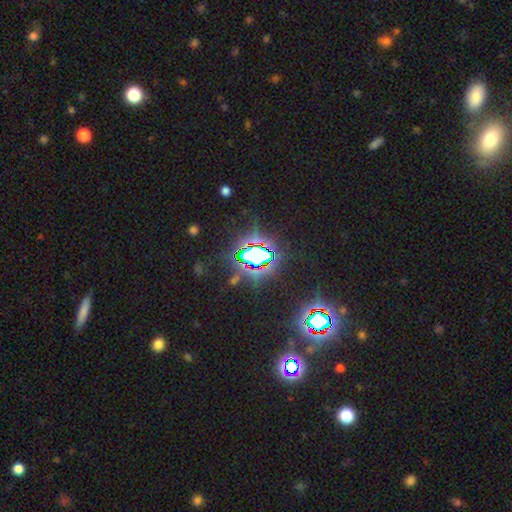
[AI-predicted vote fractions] A star or artifact, not a galaxy (78%).

Vote fractions:
- Smooth or featured? star or artifact: 78% / smooth: 13% / featured or disk: 9%